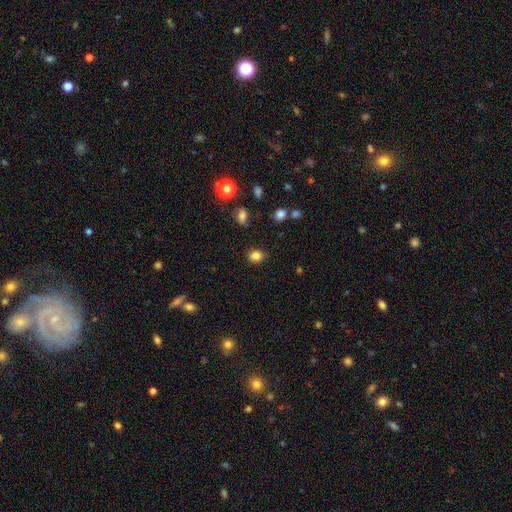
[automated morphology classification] A smooth galaxy with no disk features (84%) that is round (60%).

Vote fractions:
- Smooth or featured? smooth: 84% / star or artifact: 11% / featured or disk: 5%
- How rounded? round: 60% / in between: 39% / cigar-shaped: 1%
- Merging? none: 85% / minor disturbance: 10% / major disturbance: 3% / merger: 2%